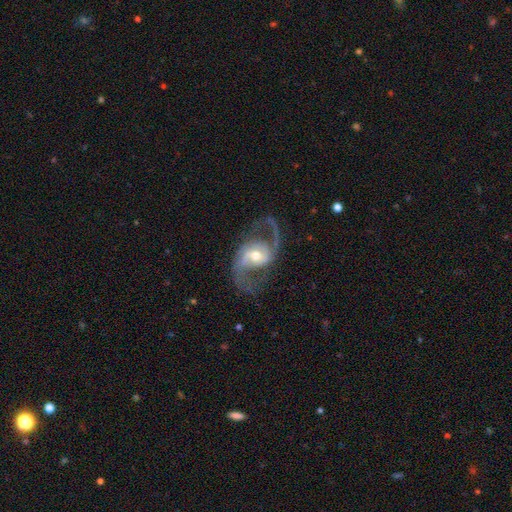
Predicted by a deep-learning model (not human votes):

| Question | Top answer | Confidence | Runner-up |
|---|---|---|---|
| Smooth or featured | featured or disk | 91% | star or artifact (5%) |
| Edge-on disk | no | 97% | yes (3%) |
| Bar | weak | 44% | no (31%) |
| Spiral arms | yes | 97% | no (3%) |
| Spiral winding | loose | 53% | medium (40%) |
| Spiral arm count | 2 | 94% | can't tell (2%) |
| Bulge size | moderate | 62% | small (29%) |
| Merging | none | 75% | minor disturbance (12%) |